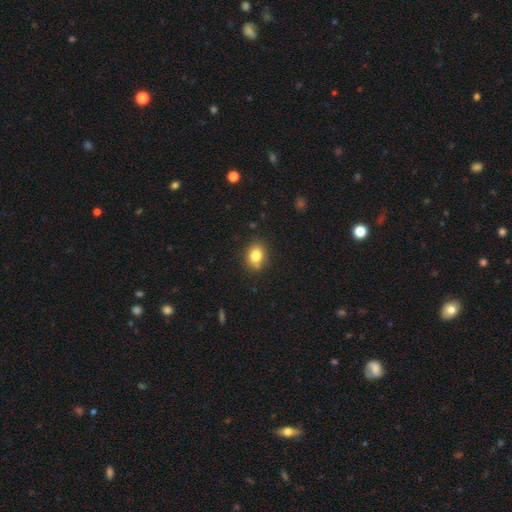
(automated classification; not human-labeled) smooth 82%, star or artifact 10%, featured or disk 8%. Down the decision tree: how rounded — in between (61%); merging — none (82%).